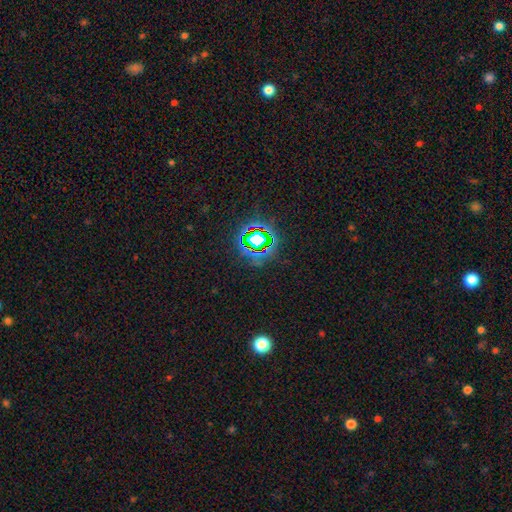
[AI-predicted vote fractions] Smooth or featured? Predicted: star or artifact (p=0.77).